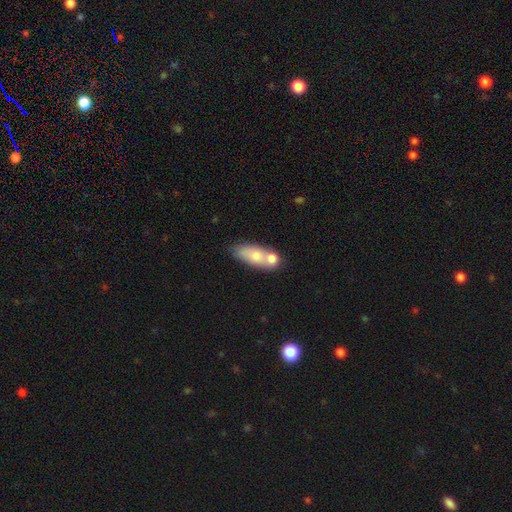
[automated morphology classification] A smooth galaxy with no disk features (68%) that is in between round and cigar-shaped (74%). Merging: merger (45%).